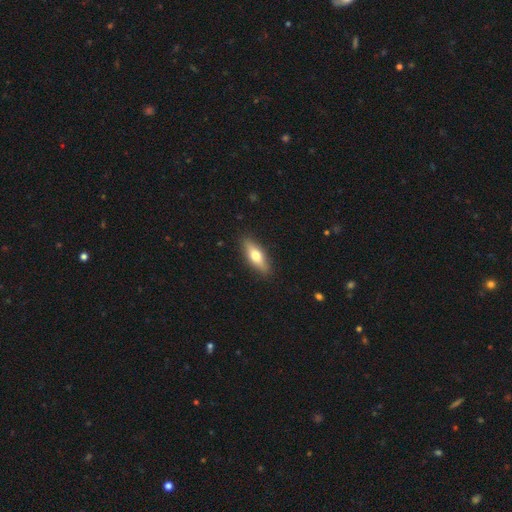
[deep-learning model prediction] Smooth or featured? smooth (61%)
How rounded? in between (56%)
Merging? none (88%)